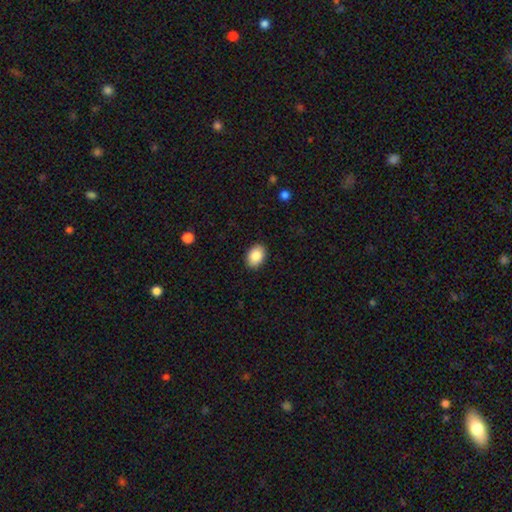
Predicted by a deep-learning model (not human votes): Smooth or featured? smooth (87%)
How rounded? in between (76%)
Merging? none (89%)